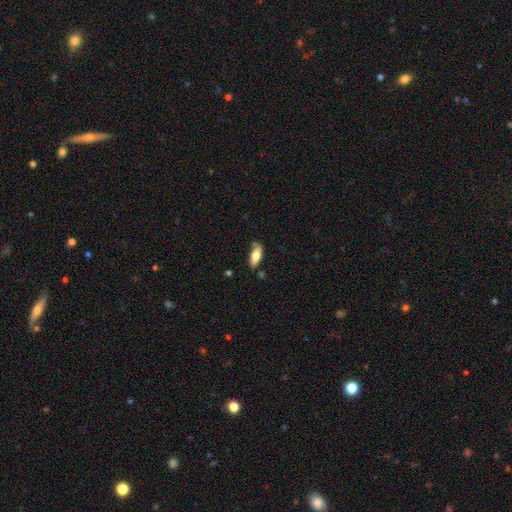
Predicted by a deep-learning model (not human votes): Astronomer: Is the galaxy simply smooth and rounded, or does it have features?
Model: smooth — 69%.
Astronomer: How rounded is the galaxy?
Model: in between — 73%.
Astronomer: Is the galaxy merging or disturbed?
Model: none — 69%.